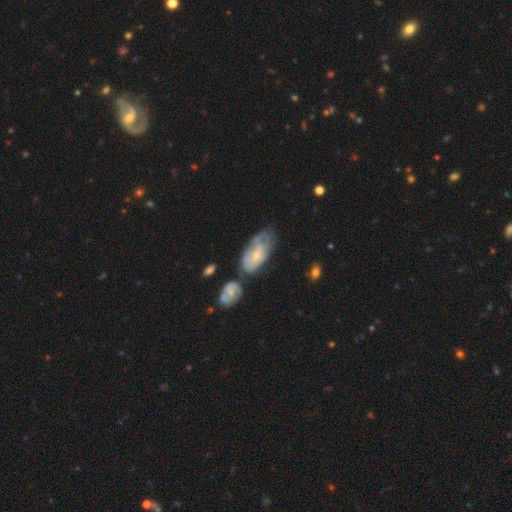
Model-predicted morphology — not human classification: Overall: featured or disk (59%; smooth 35%). Edge-on disk: no (91%). Bar: no (77%). Spiral arms: yes (64%; no 36%). Bulge size: small (65%; moderate 30%). Merging: none (44%; minor disturbance 27%).